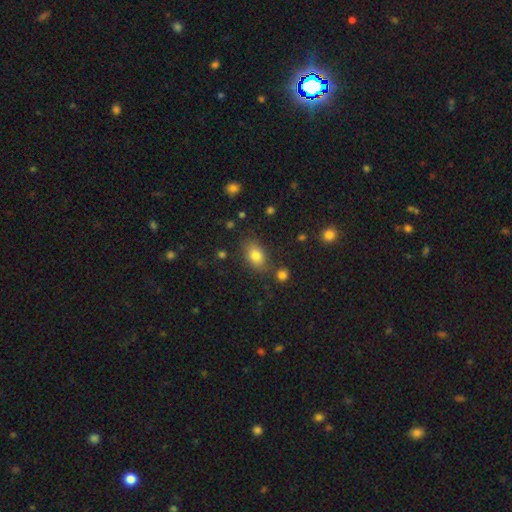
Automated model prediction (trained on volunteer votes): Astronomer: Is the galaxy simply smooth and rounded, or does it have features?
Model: smooth — 79%.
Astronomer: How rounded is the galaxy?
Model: in between — 82%.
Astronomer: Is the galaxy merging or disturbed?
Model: none — 76%.